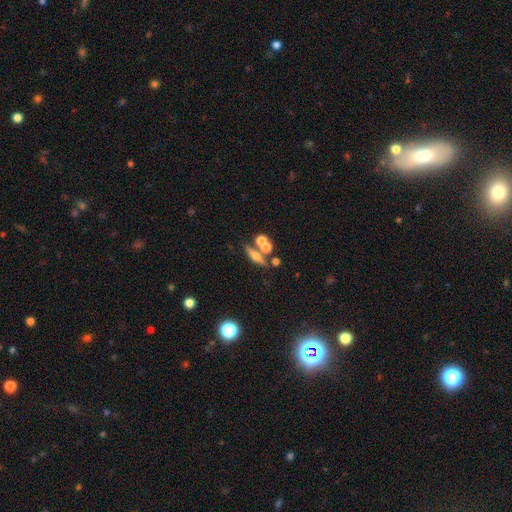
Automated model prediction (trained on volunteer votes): Q: Smooth or featured?
A: smooth (48%); runner-up: featured or disk (40%)
Q: Merging?
A: none (56%); runner-up: merger (28%)